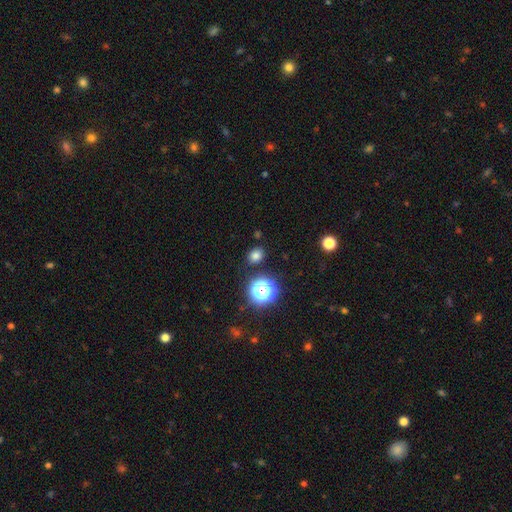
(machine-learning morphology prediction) Smooth or featured?
  - smooth: 75% *
  - star or artifact: 21%
  - featured or disk: 5%
How rounded?
  - round: 55% *
  - in between: 44%
  - cigar-shaped: 1%
Merging?
  - none: 85% *
  - minor disturbance: 9%
  - major disturbance: 3%
  - merger: 2%